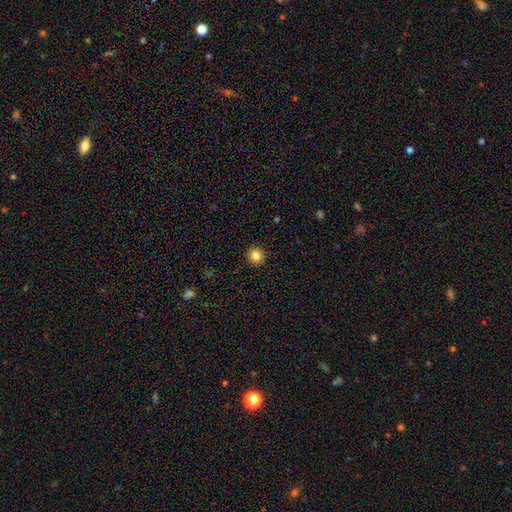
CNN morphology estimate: Smooth or featured? smooth (83%)
How rounded? round (93%)
Merging? none (91%)